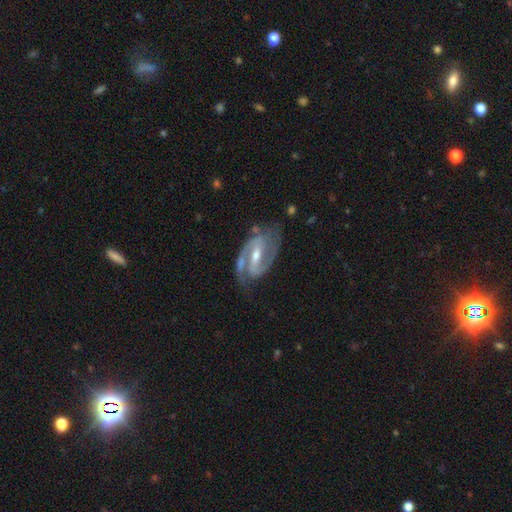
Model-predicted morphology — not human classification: smooth_or_featured: featured or disk (p=0.91) [alt: star or artifact p=0.04]
disk_edge_on: no (p=0.97) [alt: yes p=0.03]
bar: strong (p=0.55) [alt: weak p=0.35]
has_spiral_arms: yes (p=0.98) [alt: no p=0.02]
spiral_winding: medium (p=0.54) [alt: tight p=0.33]
spiral_arm_count: 2 (p=0.92) [alt: can't tell p=0.02]
bulge_size: moderate (p=0.56) [alt: small p=0.39]
merging: none (p=0.74) [alt: minor disturbance p=0.17]